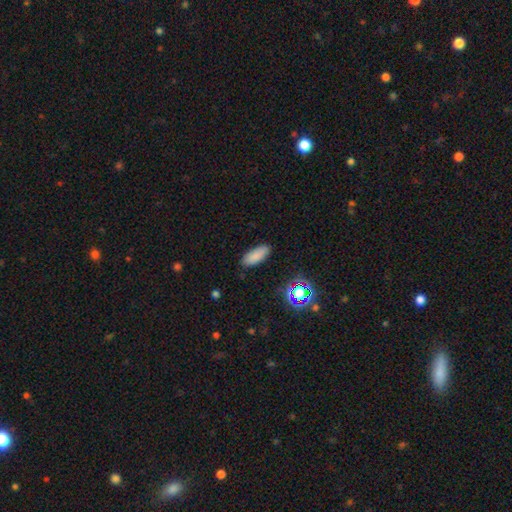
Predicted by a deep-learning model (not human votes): Q: Smooth or featured?
A: smooth (83%); runner-up: star or artifact (12%)
Q: How rounded?
A: in between (78%); runner-up: cigar-shaped (20%)
Q: Merging?
A: none (85%); runner-up: minor disturbance (11%)